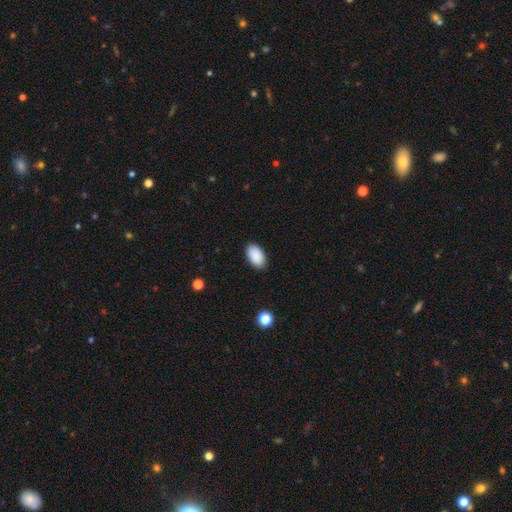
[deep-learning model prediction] Overall: smooth (91%). How rounded: in between (95%). Merging: none (89%).